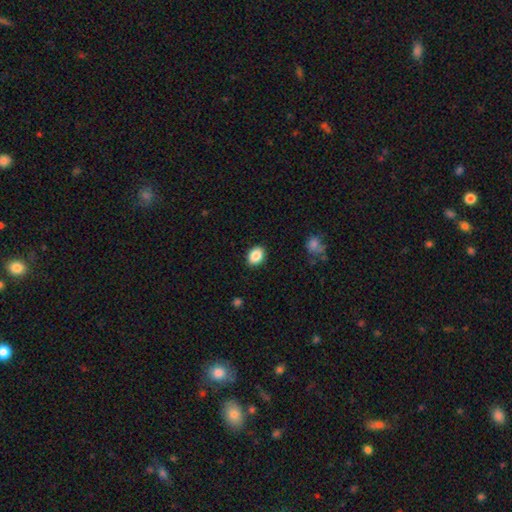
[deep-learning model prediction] Q: Smooth or featured?
A: smooth (88%); runner-up: star or artifact (8%)
Q: How rounded?
A: in between (68%); runner-up: round (31%)
Q: Merging?
A: none (88%); runner-up: minor disturbance (8%)